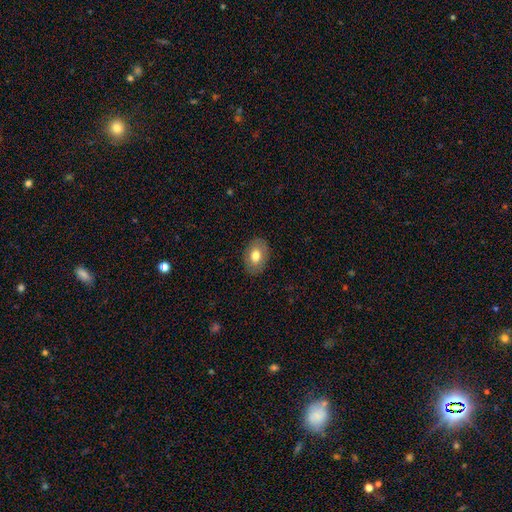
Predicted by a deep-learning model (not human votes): smooth-or-featured: smooth: 74% | featured or disk: 19% | star or artifact: 7%
  how-rounded: in between: 81% | round: 18% | cigar-shaped: 1%
  merging: none: 87% | minor disturbance: 10% | major disturbance: 3% | merger: 1%